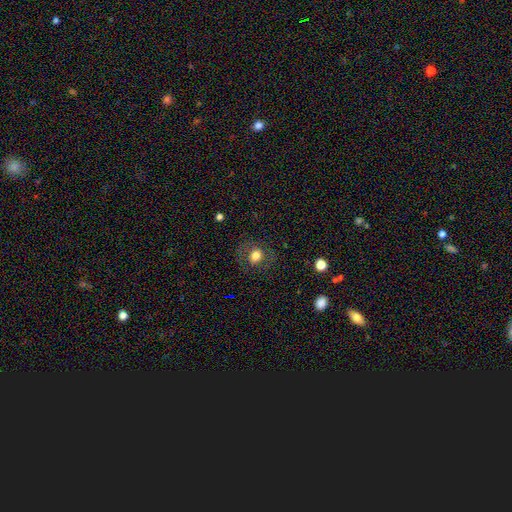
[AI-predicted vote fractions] A smooth galaxy with no disk features (70%) that is round (64%). Merging: none (81%).